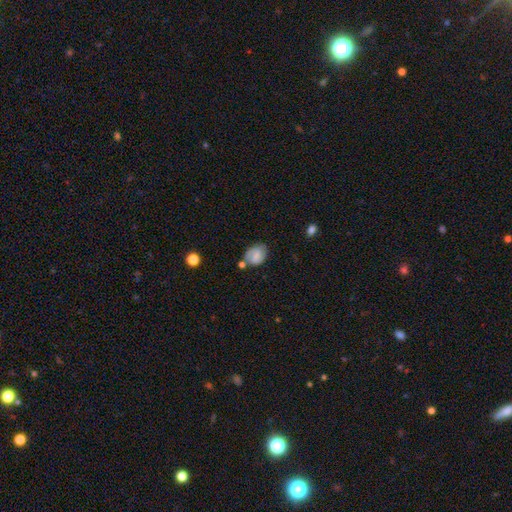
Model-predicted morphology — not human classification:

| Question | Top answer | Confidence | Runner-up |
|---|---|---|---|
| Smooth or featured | smooth | 54% | featured or disk (37%) |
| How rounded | in between | 67% | round (32%) |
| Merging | none | 57% | minor disturbance (23%) |